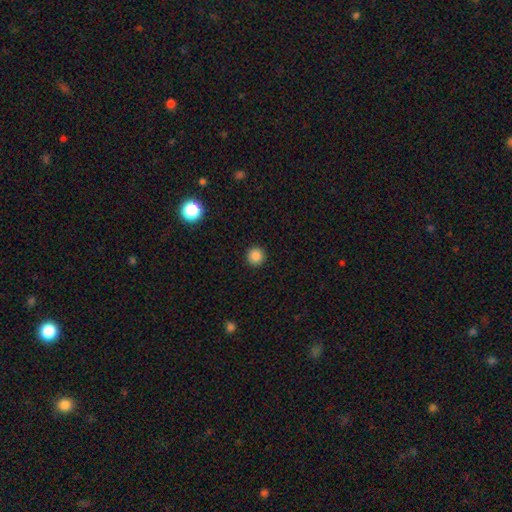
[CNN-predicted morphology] Smooth or featured: smooth — 86% (star or artifact — 11%)
How rounded: round — 96% (in between — 3%)
Merging: none — 93% (minor disturbance — 4%)